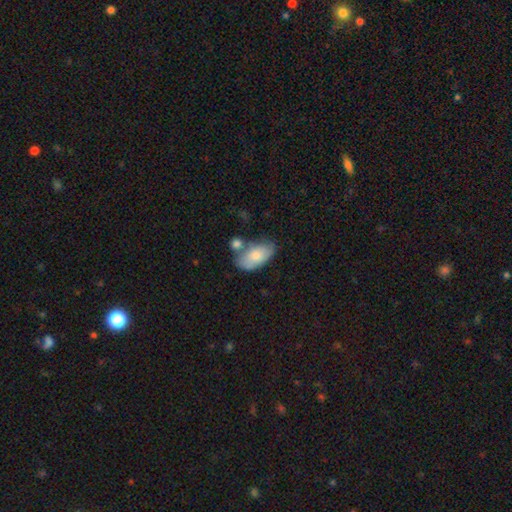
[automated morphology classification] The model was most divided on "merging": none: 47%, minor disturbance: 23%, merger: 23%, major disturbance: 7%. More confident: how rounded — in between (93%); smooth or featured — smooth (75%).